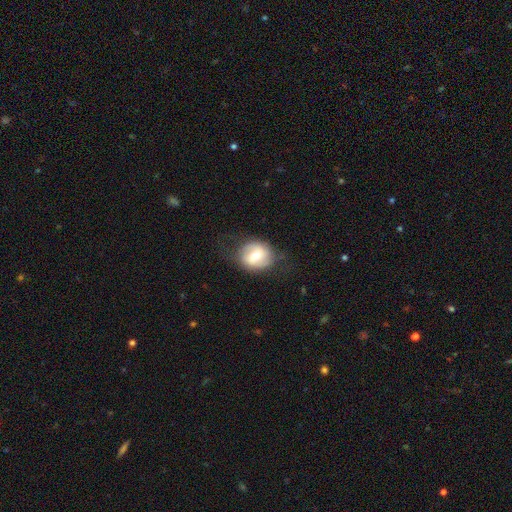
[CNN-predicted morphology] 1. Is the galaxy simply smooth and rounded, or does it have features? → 48% smooth, 45% featured or disk, 7% star or artifact.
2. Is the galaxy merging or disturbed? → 65% none, 22% minor disturbance, 12% major disturbance, 1% merger.